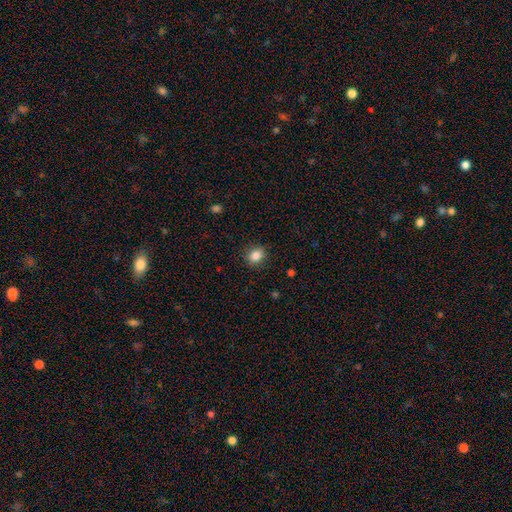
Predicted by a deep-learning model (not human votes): Smooth or featured? Predicted: smooth (p=0.85). How rounded? Predicted: round (p=0.65). Merging? Predicted: none (p=0.89).